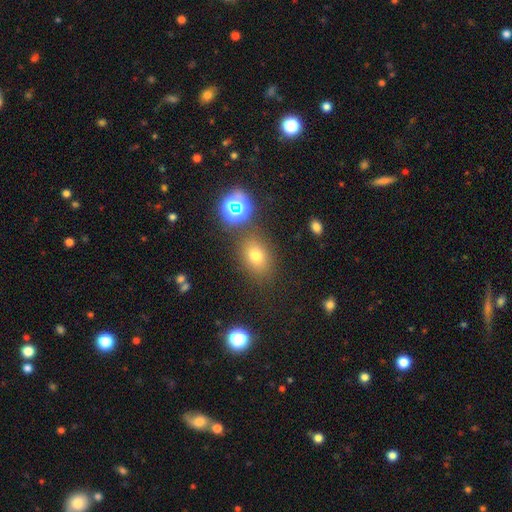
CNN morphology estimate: Overall: smooth (68%). How rounded: in between (64%; round 35%). Merging: none (80%).